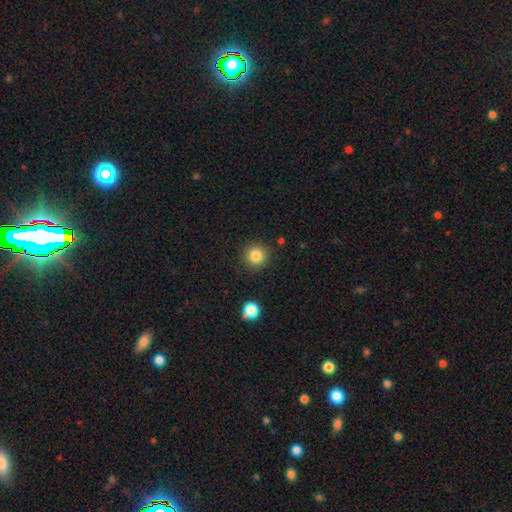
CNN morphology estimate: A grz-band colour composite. It shows a smooth galaxy with no disk features (84%) that is round (94%). Merging: none (89%).